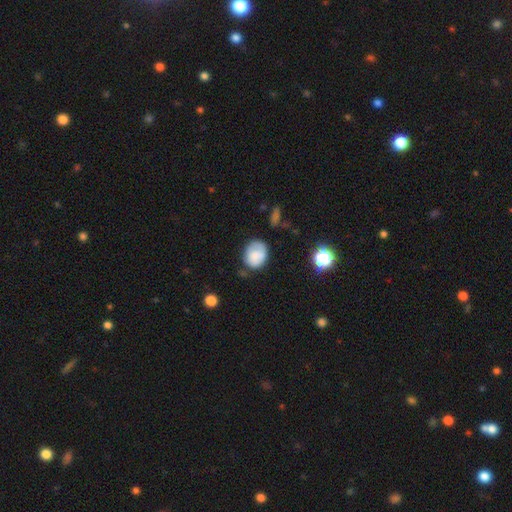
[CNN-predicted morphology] smooth 75%, featured or disk 16%, star or artifact 9%. Down the decision tree: how rounded — round (56%); merging — none (58%).